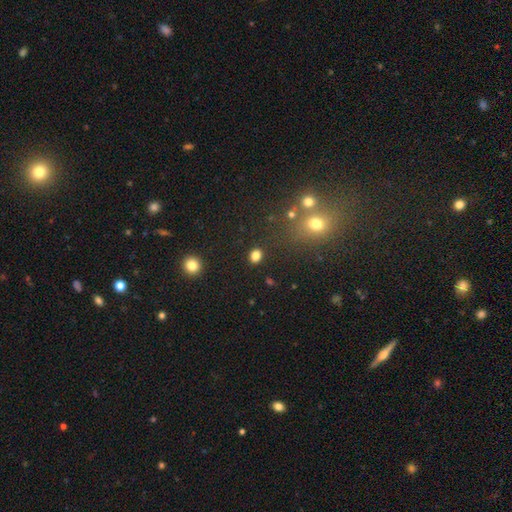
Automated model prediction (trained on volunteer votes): Smooth or featured?
  - smooth: 81% *
  - star or artifact: 14%
  - featured or disk: 5%
How rounded?
  - round: 52% *
  - in between: 46%
  - cigar-shaped: 1%
Merging?
  - none: 86% *
  - minor disturbance: 8%
  - merger: 3%
  - major disturbance: 3%